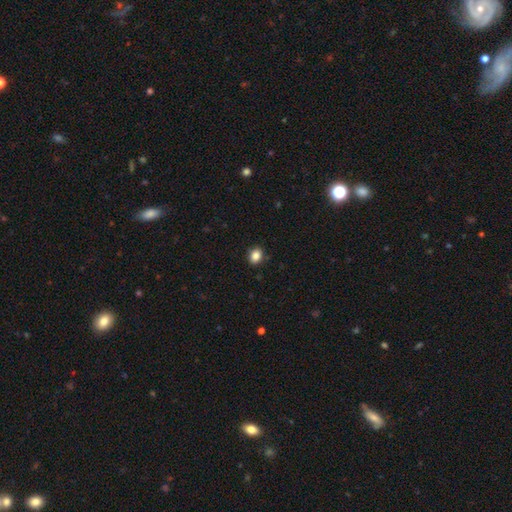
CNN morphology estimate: Q: Smooth or featured?
A: smooth (86%); runner-up: star or artifact (10%)
Q: How rounded?
A: in between (54%); runner-up: round (45%)
Q: Merging?
A: none (89%); runner-up: minor disturbance (8%)